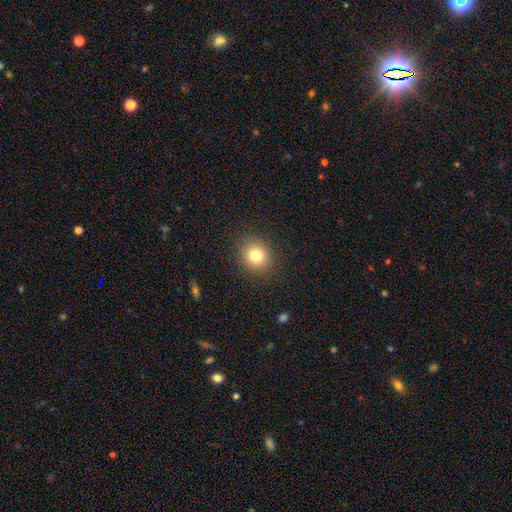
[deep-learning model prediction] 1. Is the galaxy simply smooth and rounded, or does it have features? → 79% smooth, 12% star or artifact, 9% featured or disk.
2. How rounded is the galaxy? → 84% round, 16% in between, 1% cigar-shaped.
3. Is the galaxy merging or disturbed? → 89% none, 7% minor disturbance, 3% major disturbance, 1% merger.